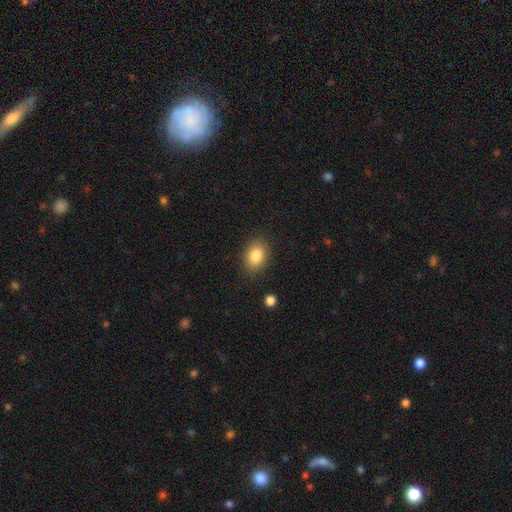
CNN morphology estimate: Smooth or featured: smooth — 84% (star or artifact — 9%)
How rounded: in between — 74% (round — 25%)
Merging: none — 86% (minor disturbance — 10%)